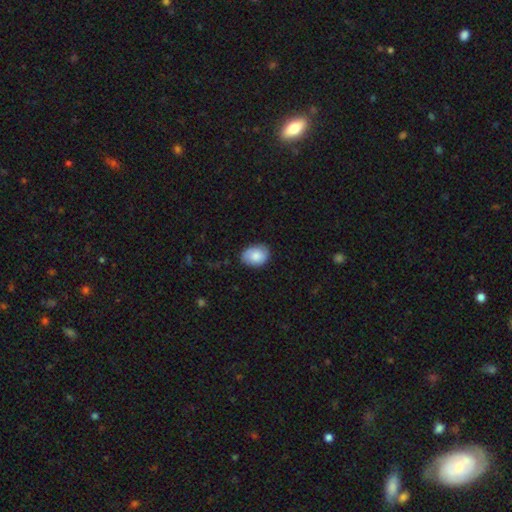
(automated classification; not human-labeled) Smooth or featured: smooth — 80% (featured or disk — 13%)
How rounded: in between — 69% (round — 30%)
Merging: none — 78% (minor disturbance — 17%)